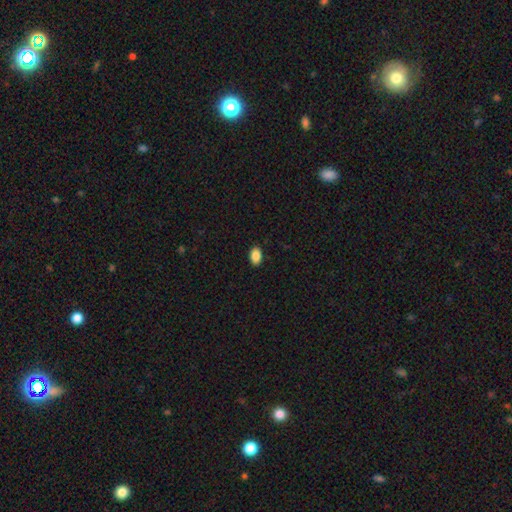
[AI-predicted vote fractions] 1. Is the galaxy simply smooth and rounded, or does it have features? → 88% smooth, 8% star or artifact, 4% featured or disk.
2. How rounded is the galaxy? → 88% in between, 10% round, 1% cigar-shaped.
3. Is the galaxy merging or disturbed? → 89% none, 8% minor disturbance, 2% major disturbance, 1% merger.